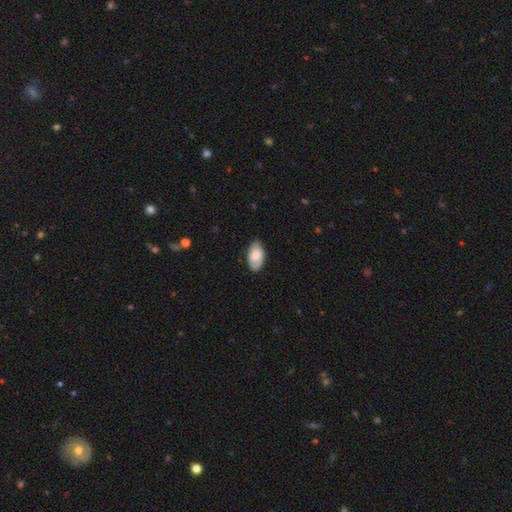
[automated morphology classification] Smooth or featured? smooth (72%)
How rounded? in between (94%)
Merging? none (72%)